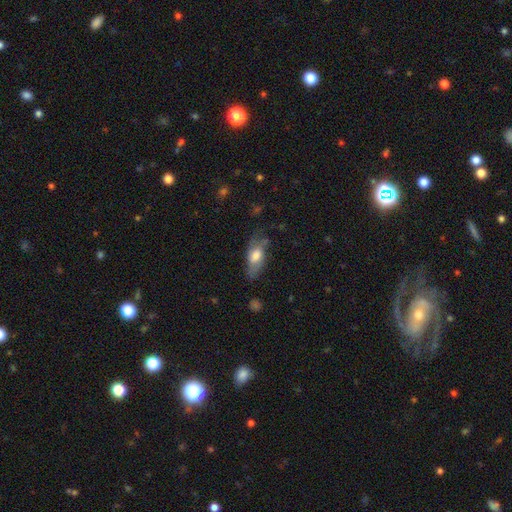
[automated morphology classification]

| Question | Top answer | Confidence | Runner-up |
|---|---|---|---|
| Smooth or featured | smooth | 60% | featured or disk (33%) |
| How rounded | in between | 79% | cigar-shaped (18%) |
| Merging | none | 57% | minor disturbance (28%) |